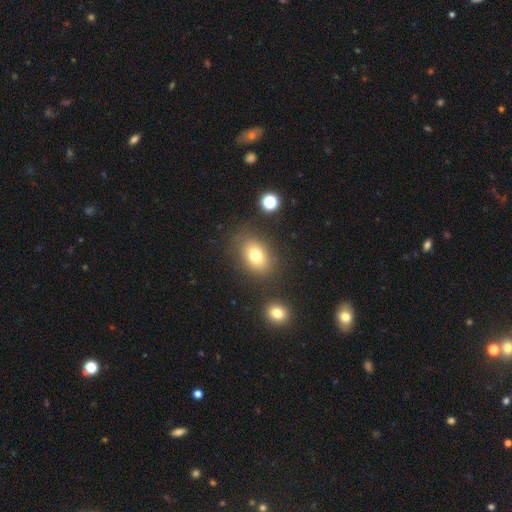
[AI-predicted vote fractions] A smooth galaxy with no disk features (75%) that is in between round and cigar-shaped (68%). Merging: none (80%).